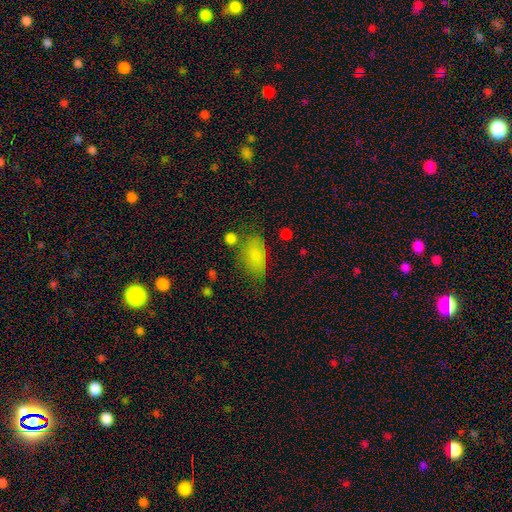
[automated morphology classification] Q: Smooth or featured?
A: smooth (80%); runner-up: featured or disk (10%)
Q: How rounded?
A: in between (91%); runner-up: round (6%)
Q: Merging?
A: none (56%); runner-up: minor disturbance (27%)